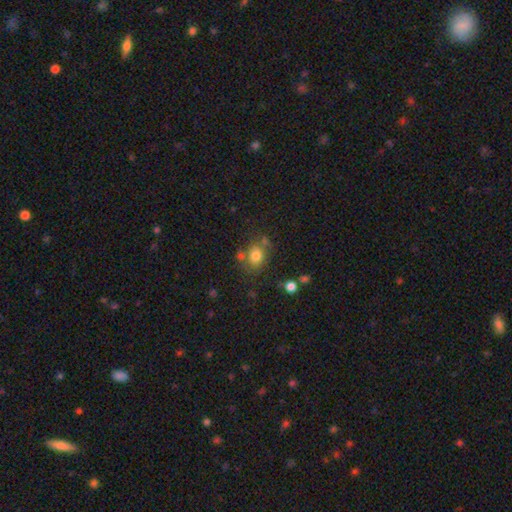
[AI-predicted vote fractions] smooth-or-featured: smooth: 77% | star or artifact: 13% | featured or disk: 11%
  how-rounded: round: 58% | in between: 41% | cigar-shaped: 1%
  merging: none: 63% | minor disturbance: 16% | merger: 14% | major disturbance: 7%